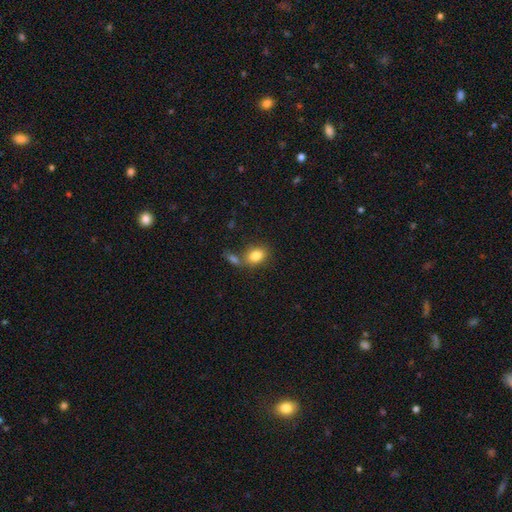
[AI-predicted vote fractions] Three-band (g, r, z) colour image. It shows a smooth galaxy with no disk features (82%) that is in between round and cigar-shaped (71%). Merging: none (56%).